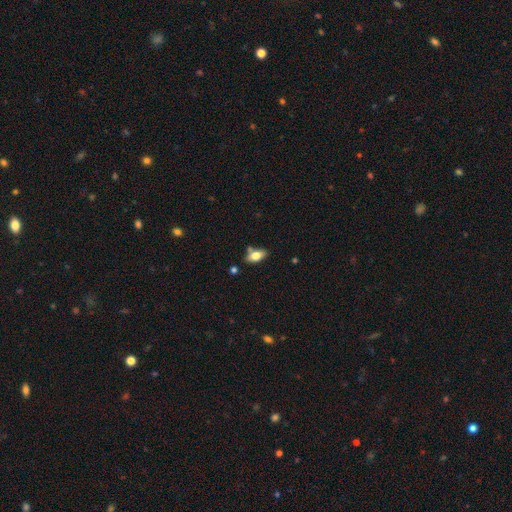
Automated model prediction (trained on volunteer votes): This appears to be a smooth galaxy with no disk features (71%) that is in between round and cigar-shaped (88%). Merging: none (72%).